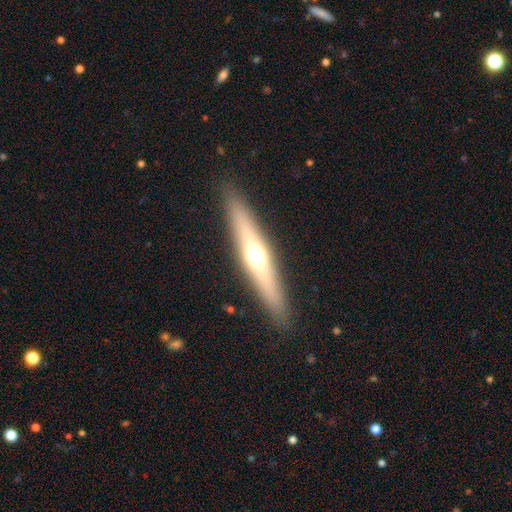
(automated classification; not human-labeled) smooth_or_featured: featured or disk (p=0.51) [alt: smooth p=0.41]
disk_edge_on: yes (p=0.90) [alt: no p=0.10]
merging: none (p=0.89) [alt: minor disturbance p=0.07]